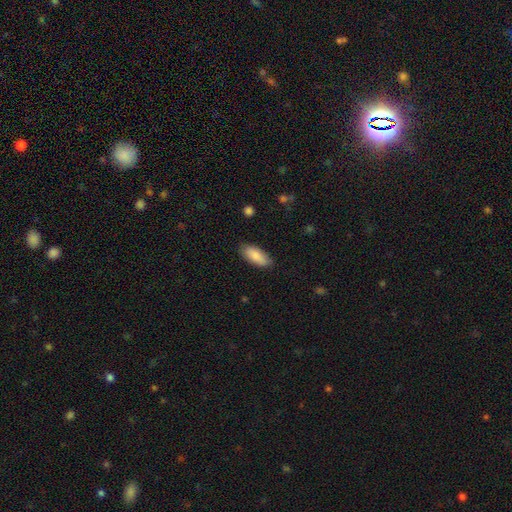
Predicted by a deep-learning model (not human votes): This appears to be a smooth galaxy with no disk features (86%) that is in between round and cigar-shaped (82%). Merging: none (85%).